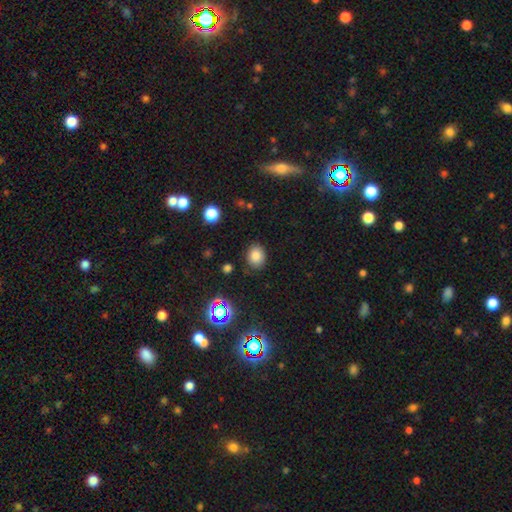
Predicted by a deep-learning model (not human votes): This is likely a smooth galaxy (80%). How rounded: possibly round (52%). Merging: clearly none (83%).